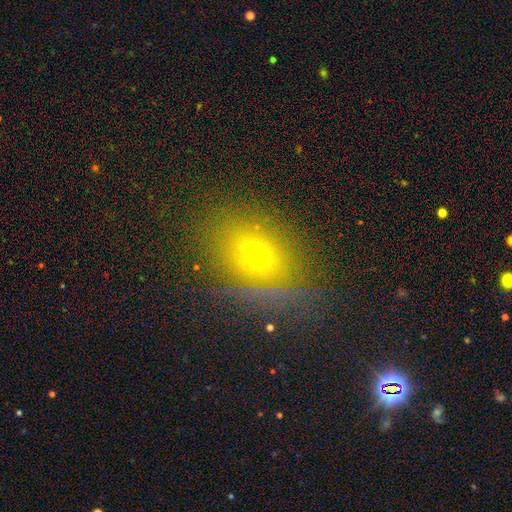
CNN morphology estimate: Smooth or featured?
  - smooth: 53% *
  - star or artifact: 26%
  - featured or disk: 21%
How rounded?
  - in between: 63% *
  - round: 34%
  - cigar-shaped: 4%
Merging?
  - none: 80% *
  - minor disturbance: 13%
  - major disturbance: 5%
  - merger: 2%